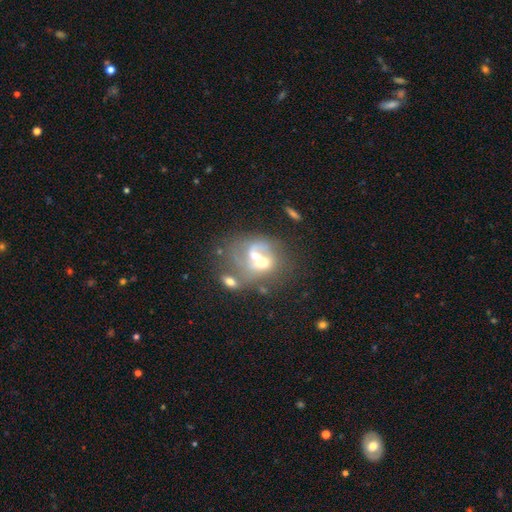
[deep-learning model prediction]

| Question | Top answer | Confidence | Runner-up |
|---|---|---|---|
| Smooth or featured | featured or disk | 57% | smooth (33%) |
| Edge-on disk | no | 97% | yes (3%) |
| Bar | no | 72% | weak (22%) |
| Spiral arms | yes | 53% | no (47%) |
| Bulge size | moderate | 59% | small (20%) |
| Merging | merger | 65% | none (16%) |